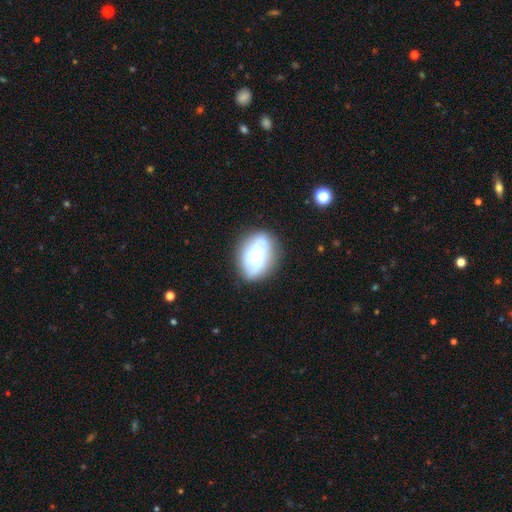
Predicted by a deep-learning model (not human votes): The model was most divided on "smooth or featured": featured or disk: 52%, smooth: 40%, star or artifact: 8%. More confident: edge-on disk — no (95%); merging — none (69%).